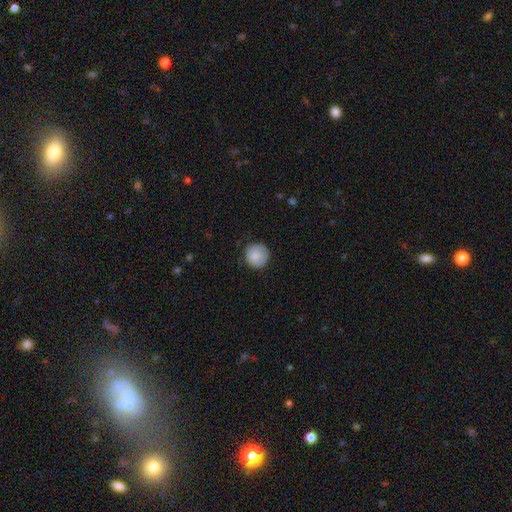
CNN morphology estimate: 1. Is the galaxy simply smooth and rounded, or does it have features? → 83% smooth, 10% featured or disk, 7% star or artifact.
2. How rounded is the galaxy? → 94% round, 5% in between, 1% cigar-shaped.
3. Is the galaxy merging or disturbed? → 82% none, 14% minor disturbance, 3% major disturbance, 1% merger.